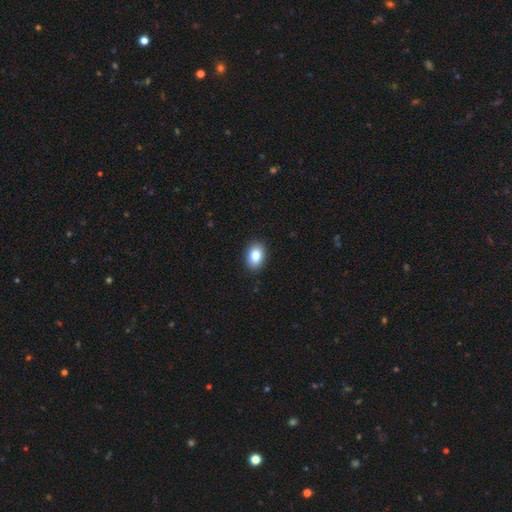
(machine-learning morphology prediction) This appears to be a smooth galaxy with no disk features (85%) that is in between round and cigar-shaped (81%). Merging: none (90%).